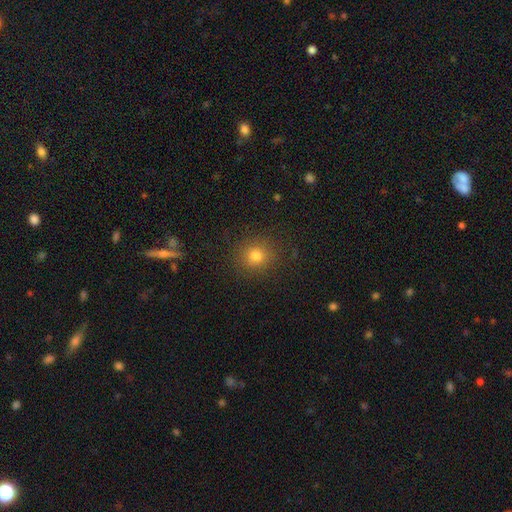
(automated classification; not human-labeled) smooth-or-featured: smooth: 79% | star or artifact: 15% | featured or disk: 7%
  how-rounded: round: 86% | in between: 13% | cigar-shaped: 1%
  merging: none: 88% | minor disturbance: 8% | major disturbance: 3% | merger: 1%